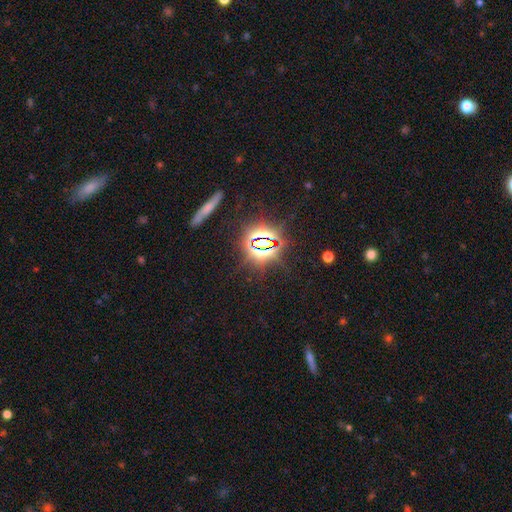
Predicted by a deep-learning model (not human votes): Overall: star or artifact (78%).